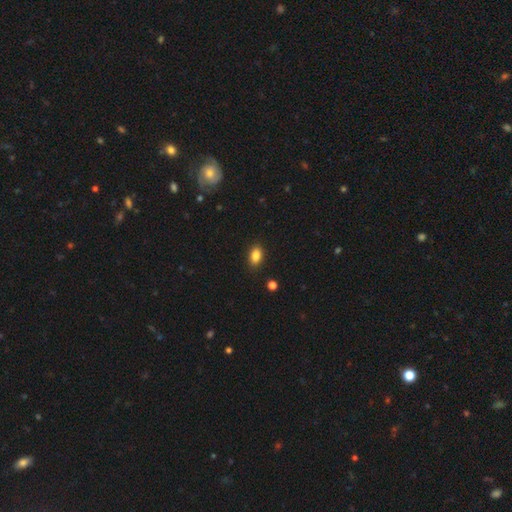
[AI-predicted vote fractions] The model was most divided on "smooth or featured": smooth: 86%, star or artifact: 9%, featured or disk: 5%. More confident: how rounded — in between (88%); merging — none (88%).